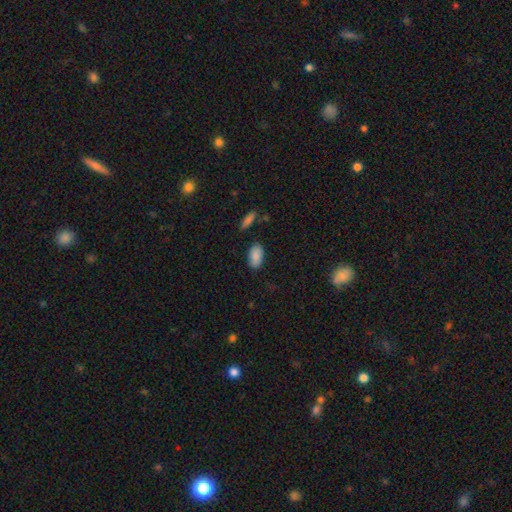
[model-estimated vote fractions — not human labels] Smooth or featured? smooth (88%)
How rounded? in between (94%)
Merging? none (83%)